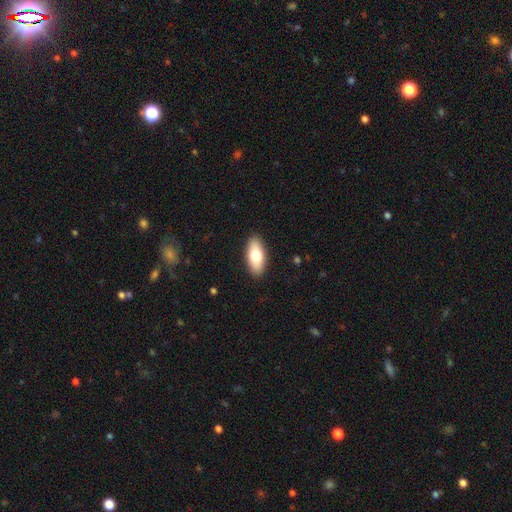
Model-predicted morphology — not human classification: This appears to be a smooth galaxy with no disk features (75%) that is in between round and cigar-shaped (87%). Merging: none (90%).